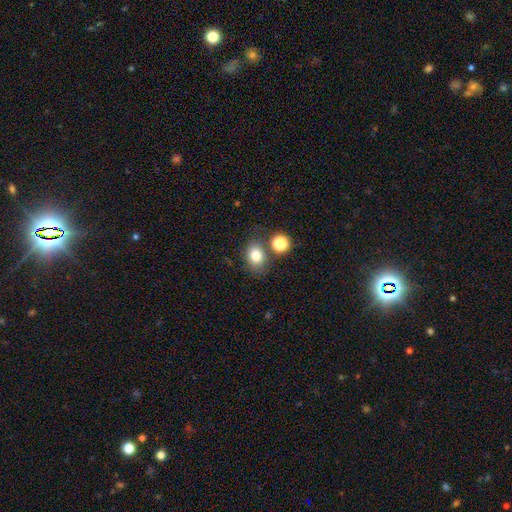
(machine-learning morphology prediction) Overall: smooth (79%). How rounded: round (52%; in between 47%). Merging: none (66%).